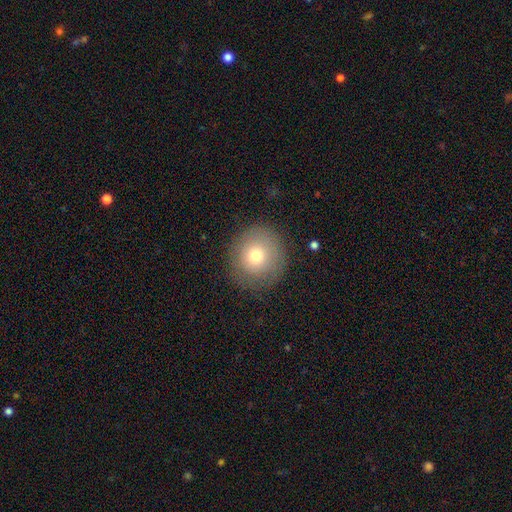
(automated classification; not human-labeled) A smooth galaxy with no disk features (72%) that is round (92%).

Vote fractions:
- Smooth or featured? smooth: 72% / featured or disk: 16% / star or artifact: 12%
- How rounded? round: 92% / in between: 7% / cigar-shaped: 1%
- Merging? none: 84% / minor disturbance: 11% / major disturbance: 5% / merger: 1%